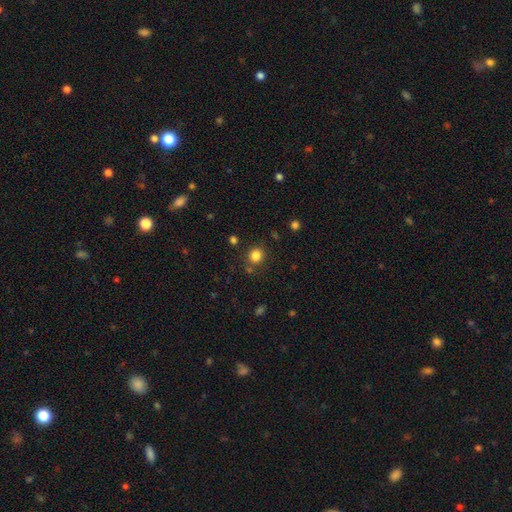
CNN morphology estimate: Smooth or featured?
  - smooth: 82% *
  - star or artifact: 13%
  - featured or disk: 5%
How rounded?
  - round: 87% *
  - in between: 12%
  - cigar-shaped: 1%
Merging?
  - none: 81% *
  - minor disturbance: 9%
  - merger: 6%
  - major disturbance: 4%